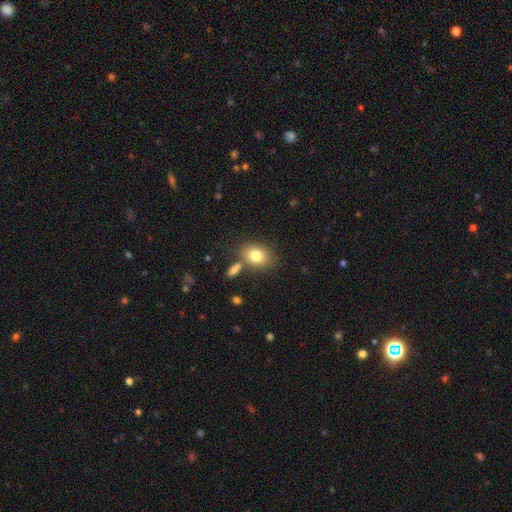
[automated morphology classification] Smooth or featured? Predicted: smooth (p=0.79). How rounded? Predicted: in between (p=0.65). Merging? Predicted: none (p=0.65).